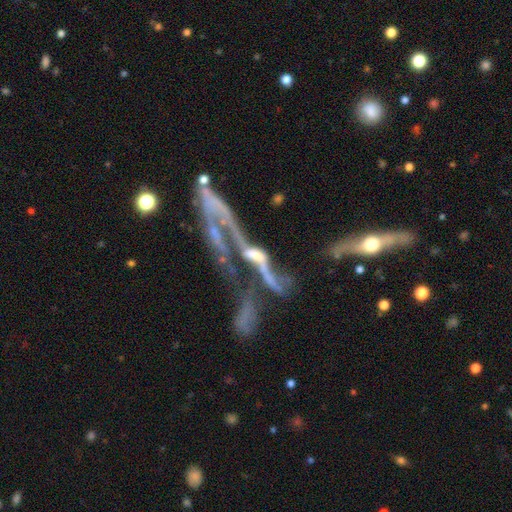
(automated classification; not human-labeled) This is likely a featured or disk galaxy (72%). It is likely not viewed edge-on (69%). Merging: possibly merger (48%).